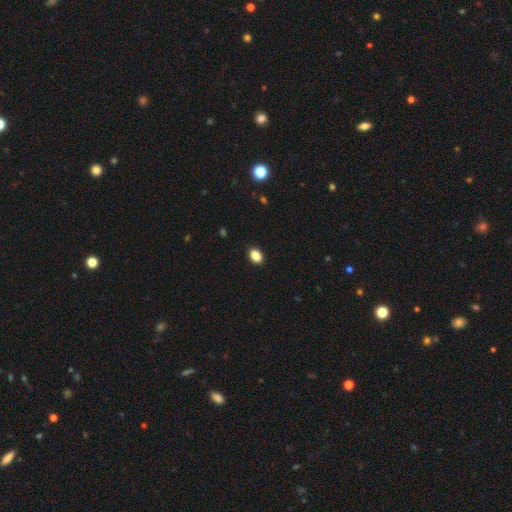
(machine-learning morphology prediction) This appears to be a smooth galaxy with no disk features (88%) that is in between round and cigar-shaped (77%). Merging: none (91%).